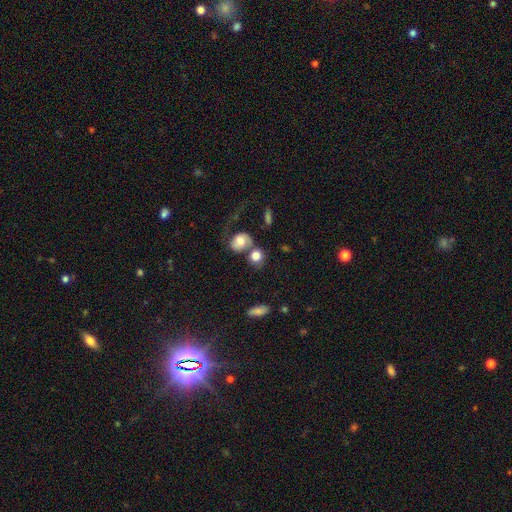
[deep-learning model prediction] Smooth or featured: smooth — 74% (featured or disk — 17%)
How rounded: round — 72% (in between — 27%)
Merging: none — 41% (merger — 38%)